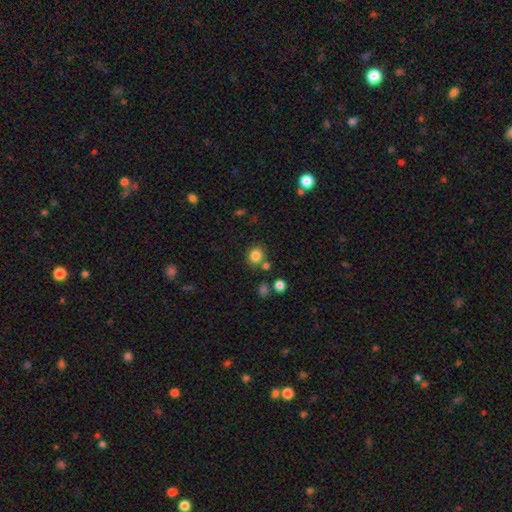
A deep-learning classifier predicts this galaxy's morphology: A smooth galaxy with no disk features (82%) that is round (87%).

Vote fractions:
- Smooth or featured? smooth: 82% / star or artifact: 12% / featured or disk: 6%
- How rounded? round: 87% / in between: 12% / cigar-shaped: 1%
- Merging? none: 77% / merger: 11% / minor disturbance: 9% / major disturbance: 3%